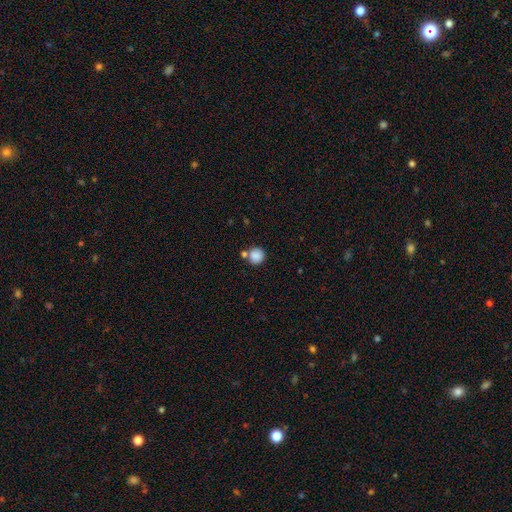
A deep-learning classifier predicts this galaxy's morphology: Overall: smooth (86%). How rounded: round (90%). Merging: none (66%).